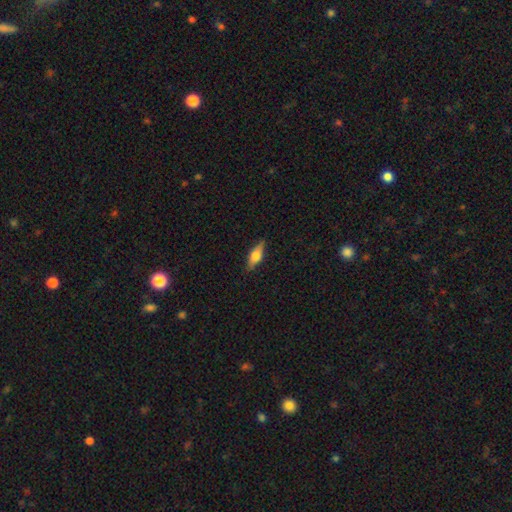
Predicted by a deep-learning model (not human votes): Smooth or featured?
  - smooth: 52% *
  - featured or disk: 41%
  - star or artifact: 7%
How rounded?
  - in between: 57% *
  - cigar-shaped: 40%
  - round: 4%
Merging?
  - none: 86% *
  - minor disturbance: 11%
  - major disturbance: 2%
  - merger: 1%